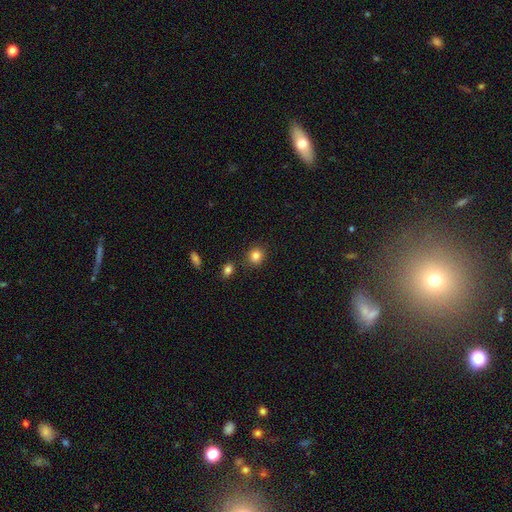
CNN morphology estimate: Smooth or featured? smooth (84%)
How rounded? round (85%)
Merging? none (85%)